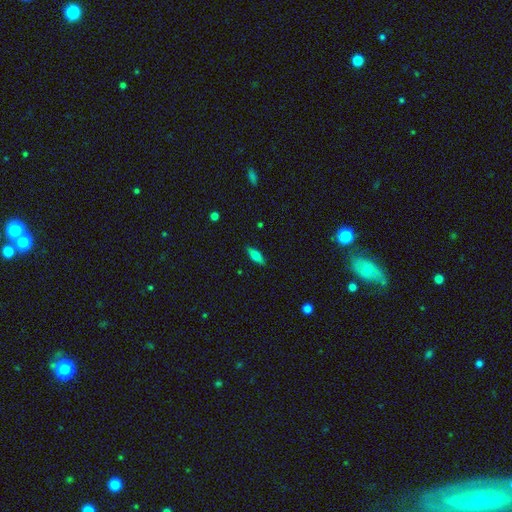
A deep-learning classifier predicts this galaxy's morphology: A smooth galaxy with no disk features (65%) that is in between round and cigar-shaped (61%).

Vote fractions:
- Smooth or featured? smooth: 65% / featured or disk: 27% / star or artifact: 7%
- How rounded? in between: 61% / cigar-shaped: 36% / round: 3%
- Merging? none: 87% / minor disturbance: 10% / major disturbance: 2% / merger: 1%